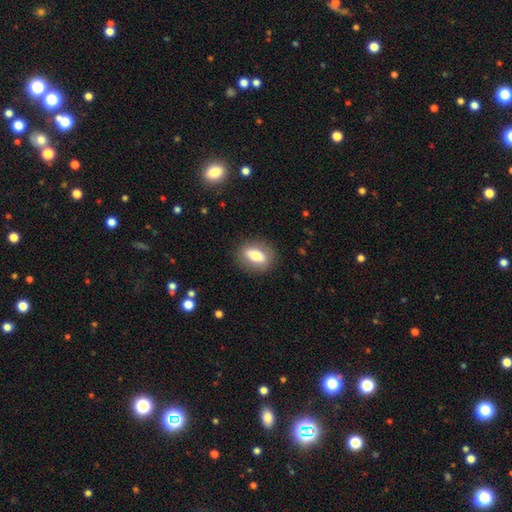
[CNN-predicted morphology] Smooth or featured?
  - smooth: 67% *
  - featured or disk: 25%
  - star or artifact: 7%
How rounded?
  - in between: 75% *
  - round: 20%
  - cigar-shaped: 5%
Merging?
  - none: 85% *
  - minor disturbance: 10%
  - major disturbance: 4%
  - merger: 1%